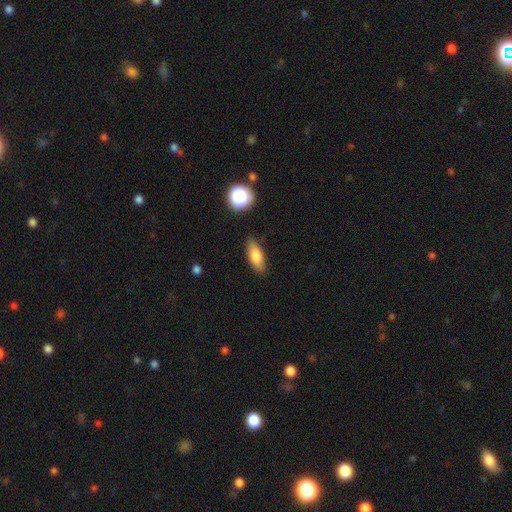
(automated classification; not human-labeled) Smooth or featured? smooth (77%)
How rounded? in between (69%)
Merging? none (84%)